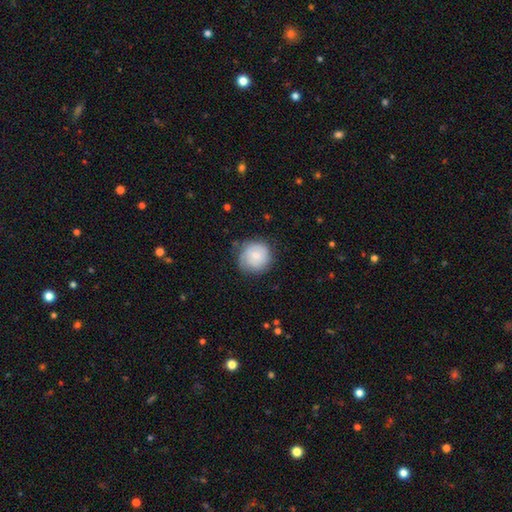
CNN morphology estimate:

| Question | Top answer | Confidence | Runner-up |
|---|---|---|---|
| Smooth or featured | smooth | 69% | featured or disk (25%) |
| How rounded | round | 92% | in between (7%) |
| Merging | none | 73% | minor disturbance (20%) |